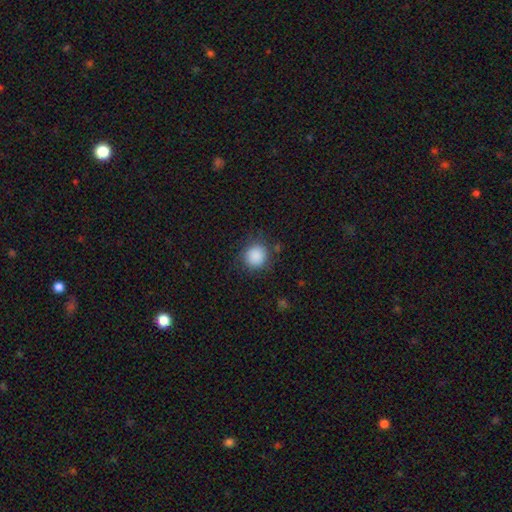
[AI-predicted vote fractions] Overall: smooth (87%). How rounded: round (90%). Merging: none (81%).